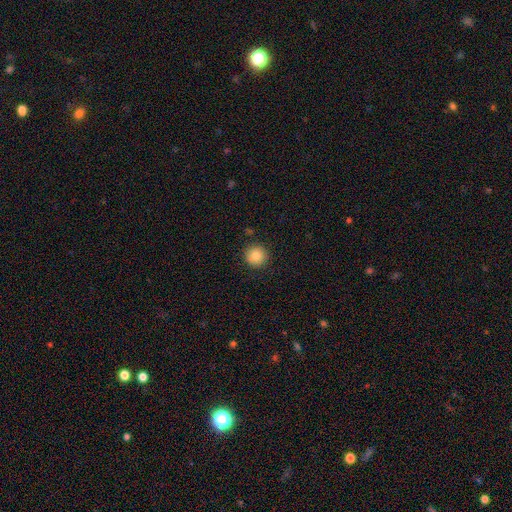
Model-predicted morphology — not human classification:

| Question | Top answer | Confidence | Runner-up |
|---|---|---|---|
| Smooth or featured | smooth | 83% | star or artifact (10%) |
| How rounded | round | 95% | in between (4%) |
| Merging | none | 90% | minor disturbance (7%) |